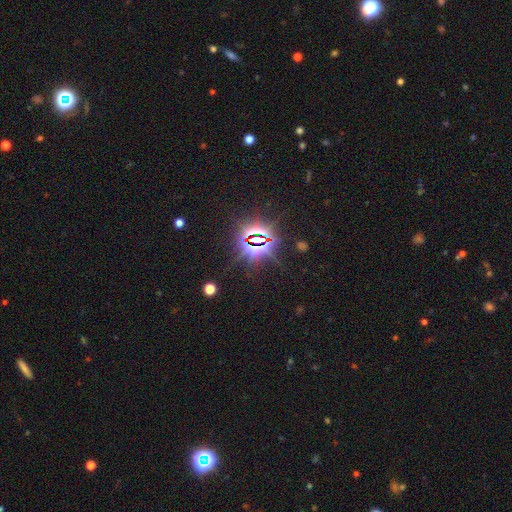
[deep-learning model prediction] Morphology: type=star or artifact (85%).